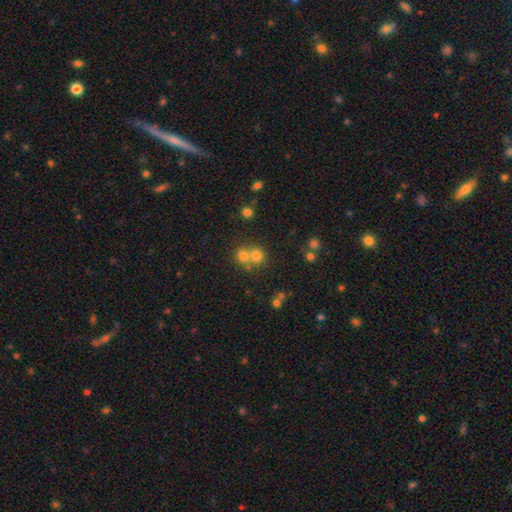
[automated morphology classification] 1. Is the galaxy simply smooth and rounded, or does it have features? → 70% smooth, 17% star or artifact, 13% featured or disk.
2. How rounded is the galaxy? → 85% round, 14% in between, 1% cigar-shaped.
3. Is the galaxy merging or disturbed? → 49% merger, 42% none, 6% minor disturbance, 3% major disturbance.